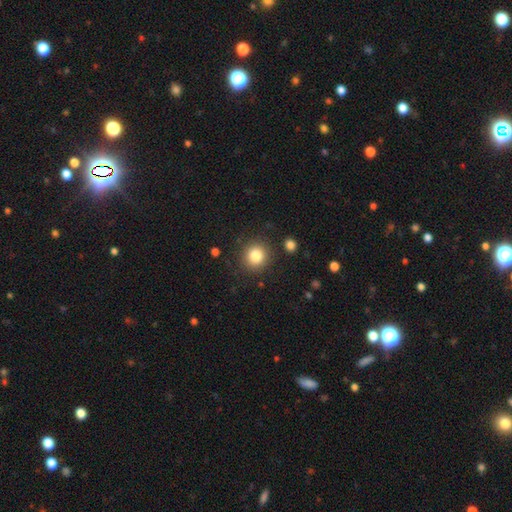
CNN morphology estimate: A smooth galaxy with no disk features (83%) that is round (90%).

Vote fractions:
- Smooth or featured? smooth: 83% / star or artifact: 11% / featured or disk: 6%
- How rounded? round: 90% / in between: 9% / cigar-shaped: 1%
- Merging? none: 88% / minor disturbance: 7% / major disturbance: 3% / merger: 2%